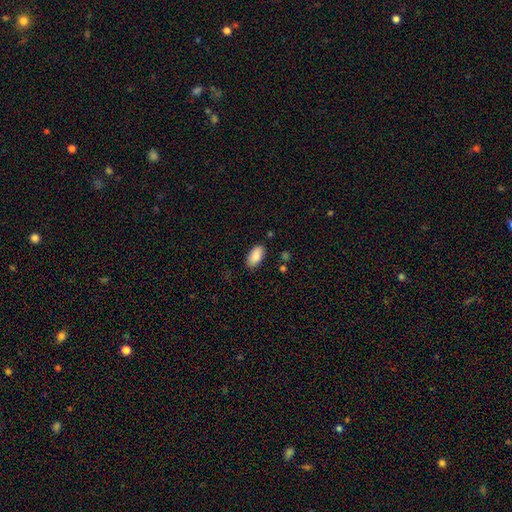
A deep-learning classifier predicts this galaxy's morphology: type=smooth (89%); roundness=in between (94%); merging=none (84%).